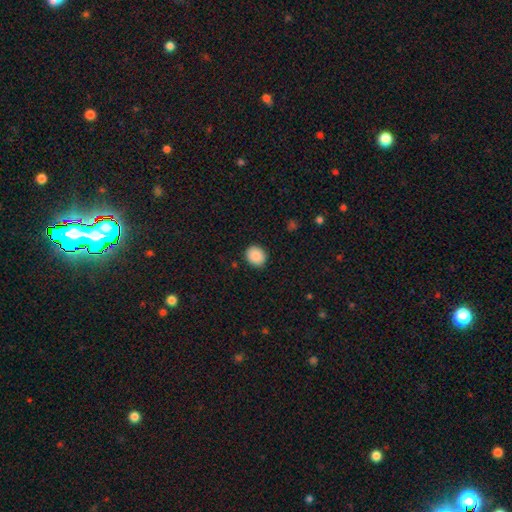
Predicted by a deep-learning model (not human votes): smooth 88%, star or artifact 8%, featured or disk 3%. Down the decision tree: how rounded — round (80%); merging — none (90%).